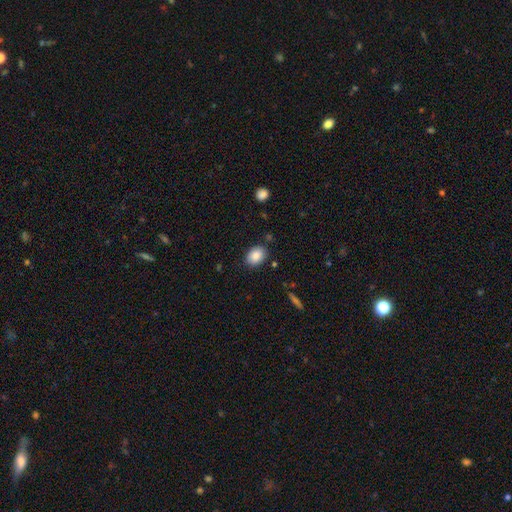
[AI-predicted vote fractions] The model was most divided on "how rounded": in between: 76%, round: 23%, cigar-shaped: 1%. More confident: smooth or featured — smooth (87%); merging — none (85%).